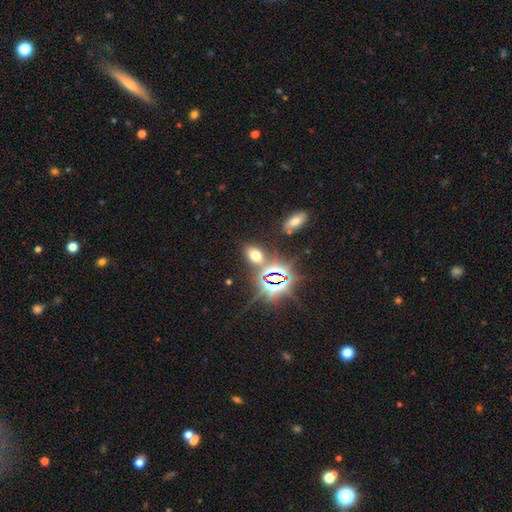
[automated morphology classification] Overall: smooth (52%; star or artifact 39%). How rounded: in between (82%). Merging: none (77%).